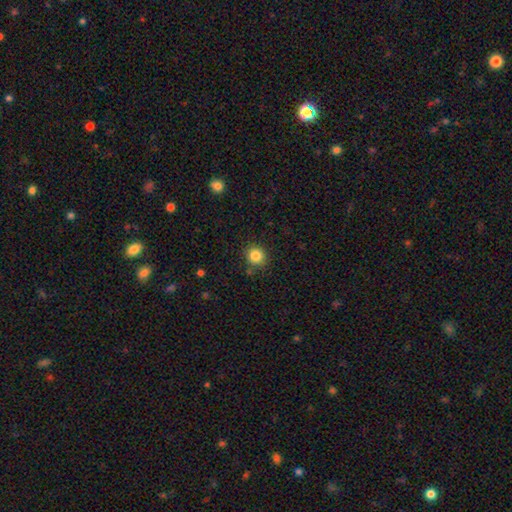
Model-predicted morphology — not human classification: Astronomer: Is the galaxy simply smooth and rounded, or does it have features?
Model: smooth — 84%.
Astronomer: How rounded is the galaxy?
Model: round — 90%.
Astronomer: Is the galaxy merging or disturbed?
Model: none — 85%.